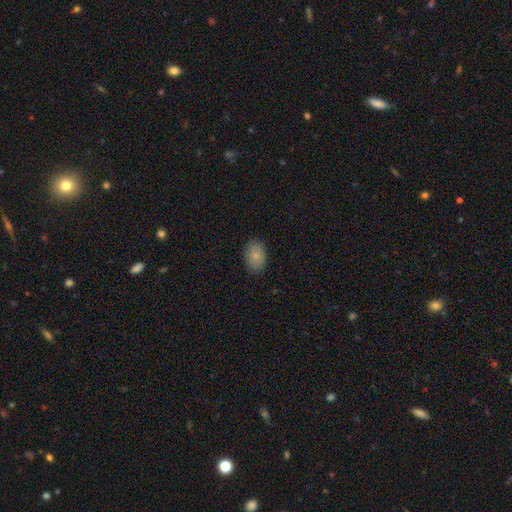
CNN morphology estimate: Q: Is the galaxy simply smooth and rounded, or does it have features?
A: smooth — 85%.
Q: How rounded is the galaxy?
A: in between — 88%.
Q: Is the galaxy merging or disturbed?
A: none — 87%.